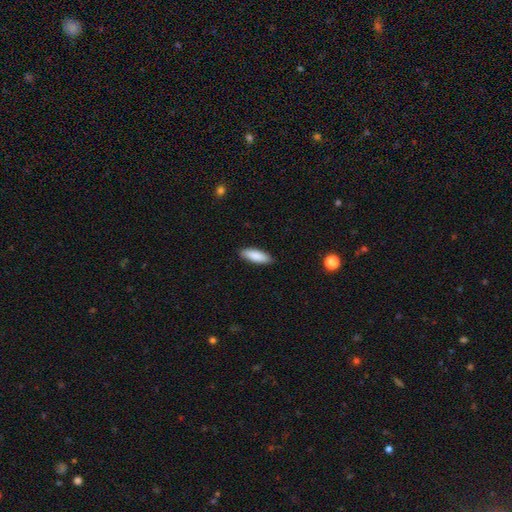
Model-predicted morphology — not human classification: This appears to be a smooth galaxy with no disk features (89%) that is in between round and cigar-shaped (62%). Merging: none (89%).